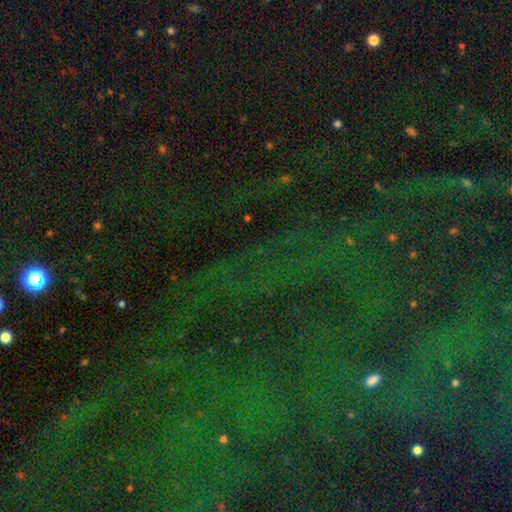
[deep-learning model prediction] A star or artifact, not a galaxy (83%).